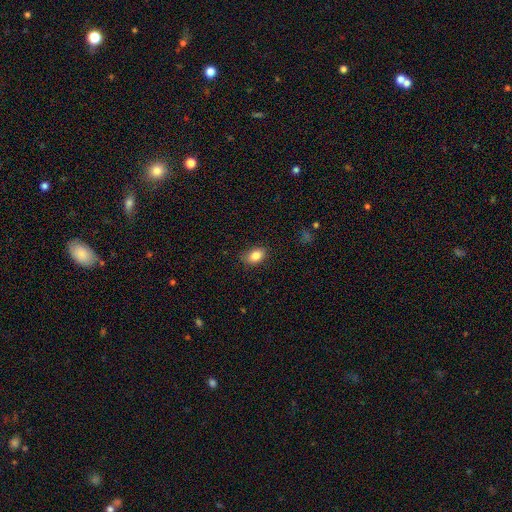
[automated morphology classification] smooth-or-featured: smooth: 85% | star or artifact: 9% | featured or disk: 7%
  how-rounded: in between: 83% | round: 16% | cigar-shaped: 1%
  merging: none: 79% | minor disturbance: 17% | major disturbance: 3% | merger: 1%